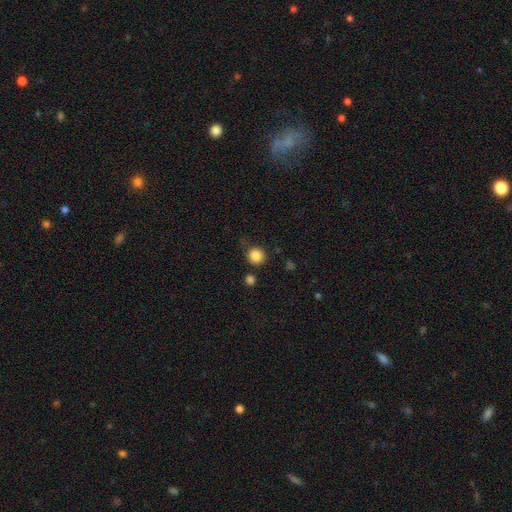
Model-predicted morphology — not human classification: type=smooth (86%); roundness=round (92%); merging=none (81%).